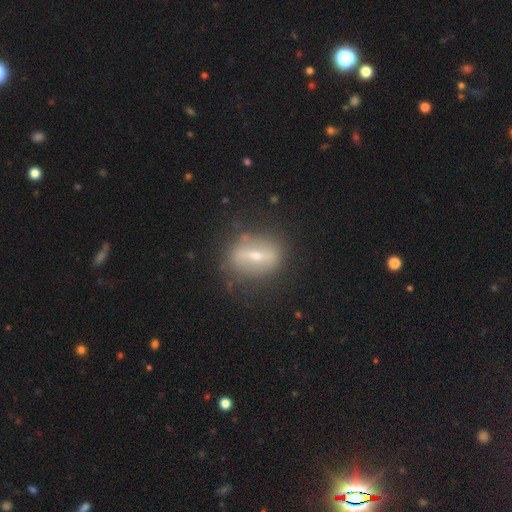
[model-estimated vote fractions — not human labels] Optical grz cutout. It shows a featured or disk galaxy (69%). Merging: none (79%).